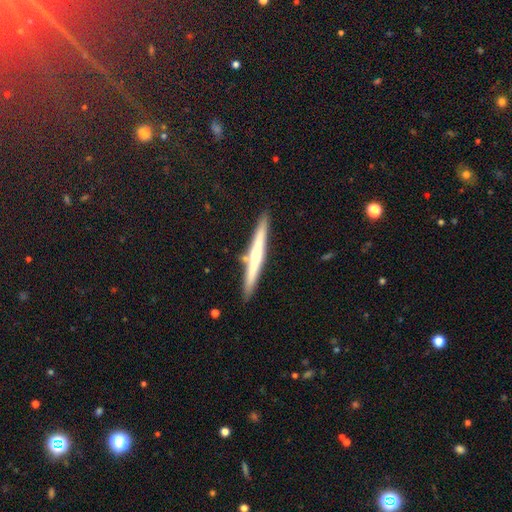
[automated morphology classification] A featured or disk galaxy (55%) viewed edge-on (97%) with a rounded central bulge (51%). Merging: none (87%).